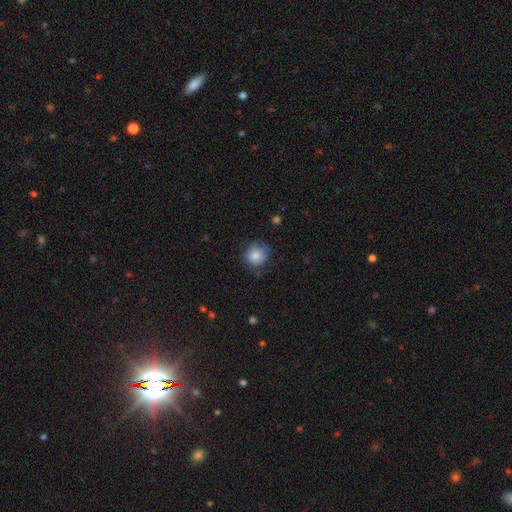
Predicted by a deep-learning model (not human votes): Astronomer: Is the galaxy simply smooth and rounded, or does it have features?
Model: smooth — 81%.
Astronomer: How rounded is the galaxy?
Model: round — 78%.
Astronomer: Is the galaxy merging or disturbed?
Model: none — 66%.